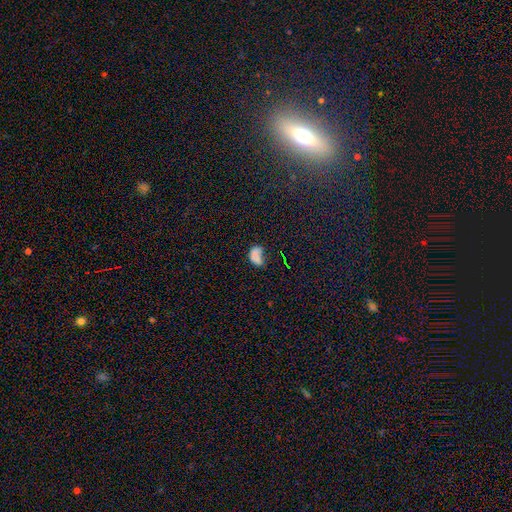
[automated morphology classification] A smooth galaxy with no disk features (65%) that is in between round and cigar-shaped (84%). Merging: none (36%).